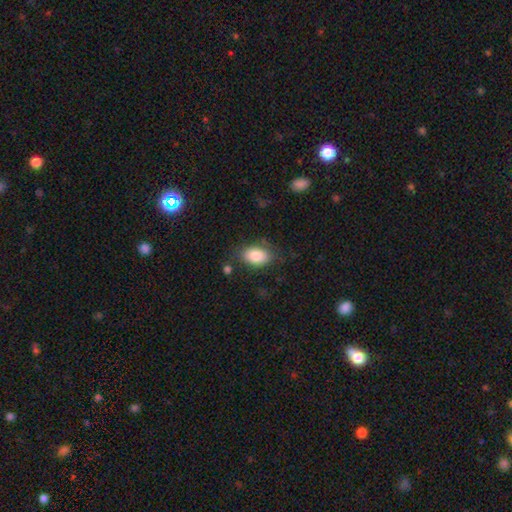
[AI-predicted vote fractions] smooth-or-featured: smooth: 84% | featured or disk: 9% | star or artifact: 7%
  how-rounded: in between: 88% | round: 10% | cigar-shaped: 1%
  merging: none: 72% | minor disturbance: 19% | major disturbance: 7% | merger: 3%